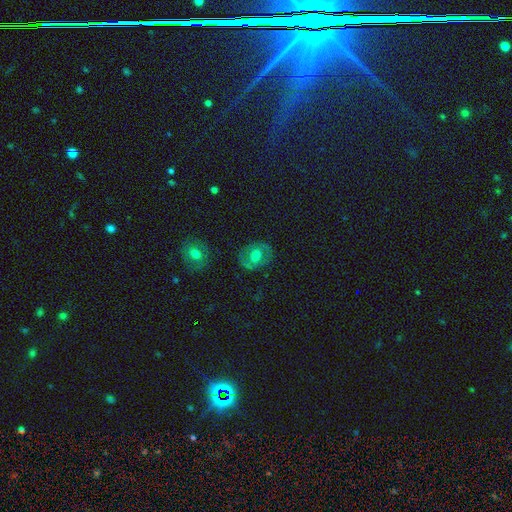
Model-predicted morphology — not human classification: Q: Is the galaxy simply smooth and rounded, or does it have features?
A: smooth — 48%.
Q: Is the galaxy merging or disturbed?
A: none — 80%.